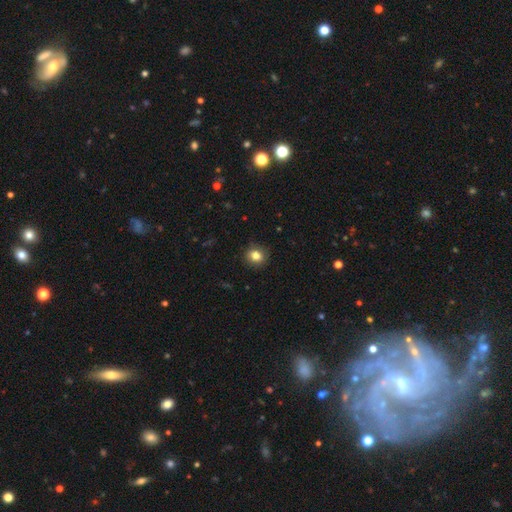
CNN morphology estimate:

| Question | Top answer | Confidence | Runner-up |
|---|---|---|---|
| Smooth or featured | smooth | 82% | star or artifact (11%) |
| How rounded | round | 76% | in between (23%) |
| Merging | none | 89% | minor disturbance (8%) |